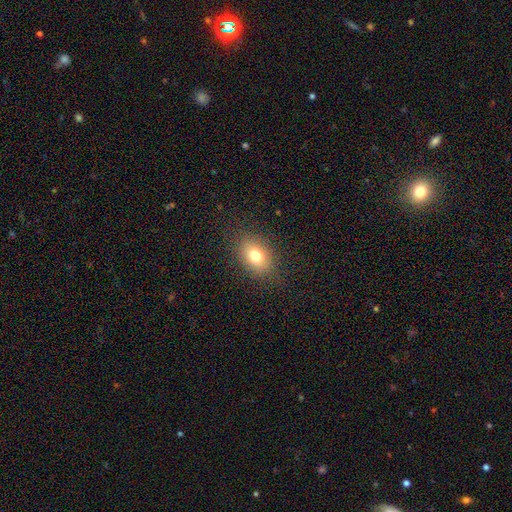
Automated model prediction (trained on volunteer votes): Smooth or featured? smooth (76%)
How rounded? in between (75%)
Merging? none (84%)